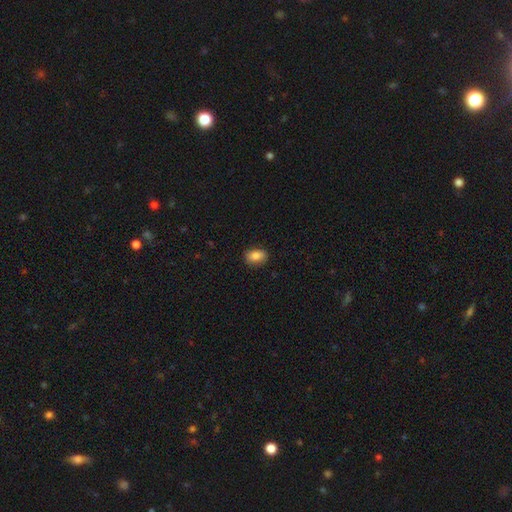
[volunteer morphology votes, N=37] Q: Smooth or featured?
A: smooth (78%); runner-up: featured or disk (16%)
Q: How rounded?
A: in between (86%); runner-up: round (10%)
Q: Merging?
A: none (89%); runner-up: major disturbance (6%)